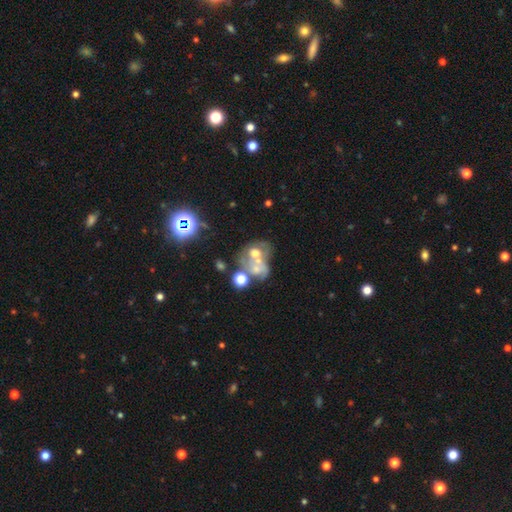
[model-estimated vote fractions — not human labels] smooth_or_featured: featured or disk (p=0.47) [alt: smooth p=0.35]
merging: merger (p=0.55) [alt: major disturbance p=0.18]